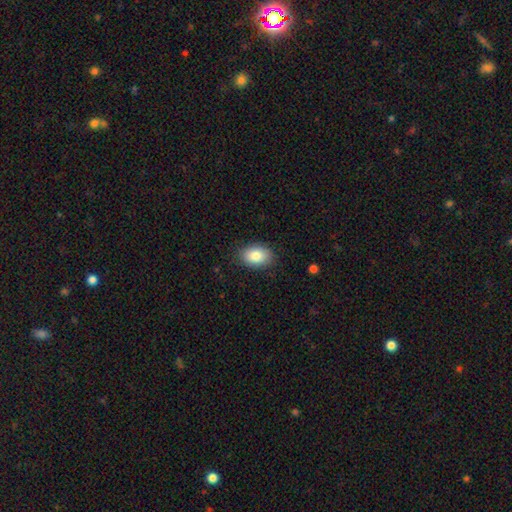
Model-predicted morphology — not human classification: Overall: smooth (85%). How rounded: in between (85%). Merging: none (86%).